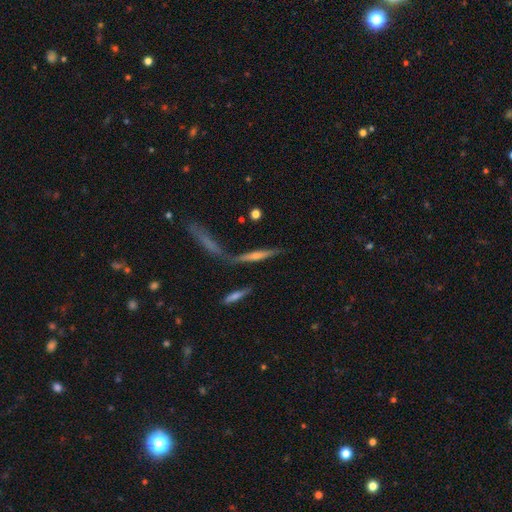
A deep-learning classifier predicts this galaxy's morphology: type=featured or disk (54%); edge-on=yes (89%); merging=none (55%).